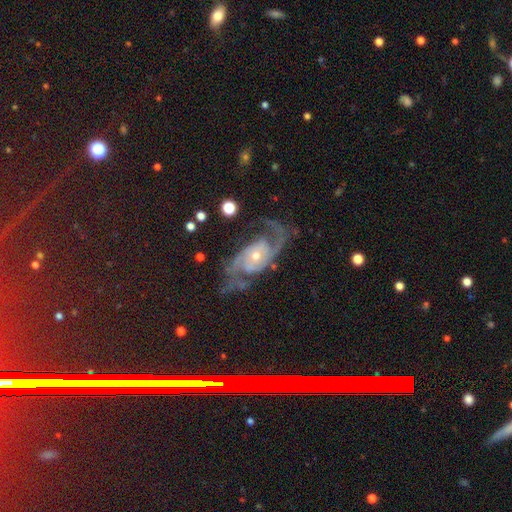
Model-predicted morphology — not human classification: A featured or disk galaxy (87%) with no bar (70%), 2 (81%) medium (50%) spiral arms (96%) and a small central bulge (55%). Merging: none (65%).